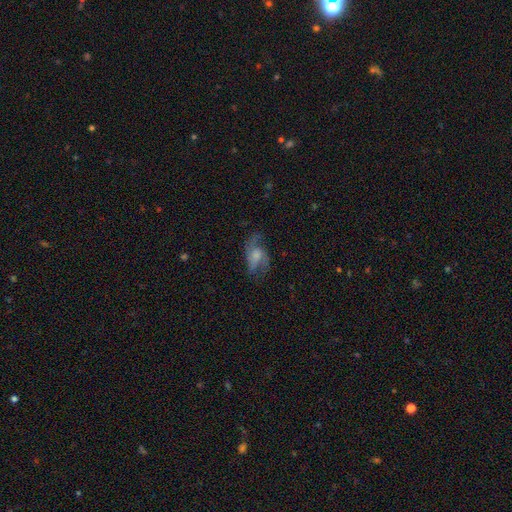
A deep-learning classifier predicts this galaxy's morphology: Smooth or featured? Predicted: featured or disk (p=0.62). Edge-on disk? Predicted: no (p=0.96). Bar? Predicted: no (p=0.64). Spiral arms? Predicted: yes (p=0.85). Spiral winding? Predicted: loose (p=0.50). Spiral arm count? Predicted: 2 (p=0.68). Bulge size? Predicted: small (p=0.37, tied with moderate). Merging? Predicted: none (p=0.53).